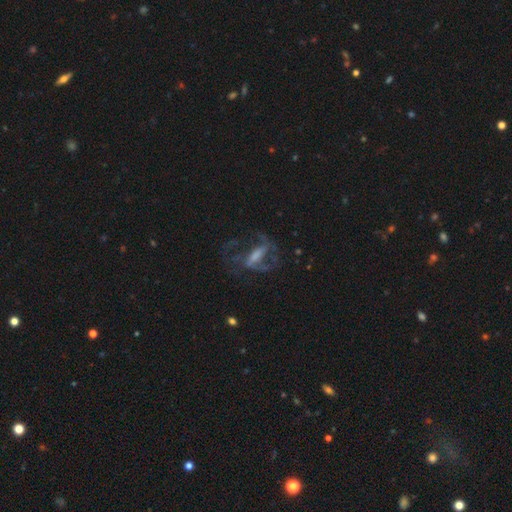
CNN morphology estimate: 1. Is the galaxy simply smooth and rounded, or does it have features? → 73% featured or disk, 15% smooth, 12% star or artifact.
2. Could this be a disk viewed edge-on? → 89% no, 11% yes.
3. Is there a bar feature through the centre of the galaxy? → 43% strong, 36% weak, 21% no.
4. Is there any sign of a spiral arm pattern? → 74% yes, 26% no.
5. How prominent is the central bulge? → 33% small, 32% moderate, 22% none, 11% large, 2% dominant.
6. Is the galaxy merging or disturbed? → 52% none, 30% major disturbance, 16% minor disturbance, 2% merger.